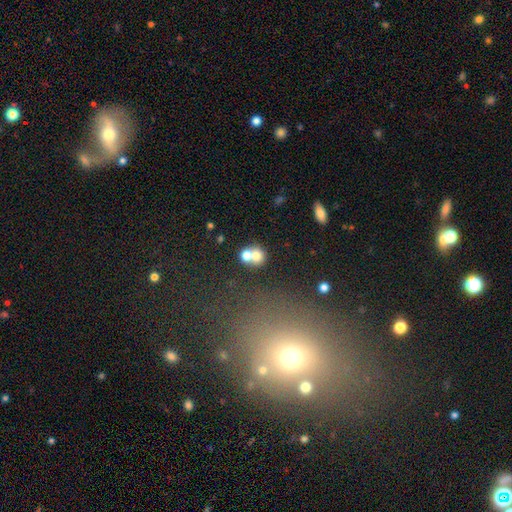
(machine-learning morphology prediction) A smooth galaxy with no disk features (71%) that is round (78%). Merging: merger (57%).